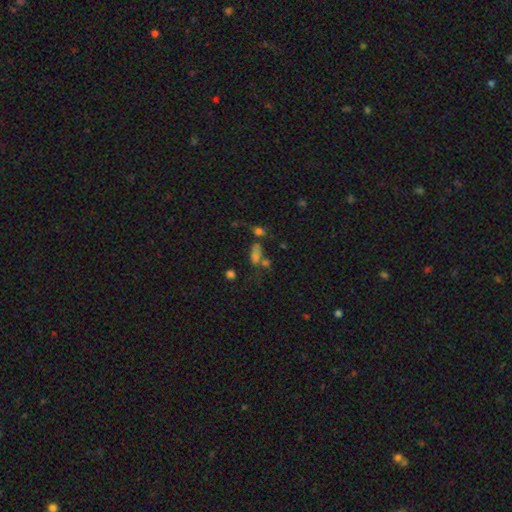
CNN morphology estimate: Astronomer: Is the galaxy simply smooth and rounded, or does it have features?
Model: smooth — 48% (runner-up: star or artifact, 36%).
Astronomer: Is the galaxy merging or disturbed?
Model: none — 38% (runner-up: merger, 33%).